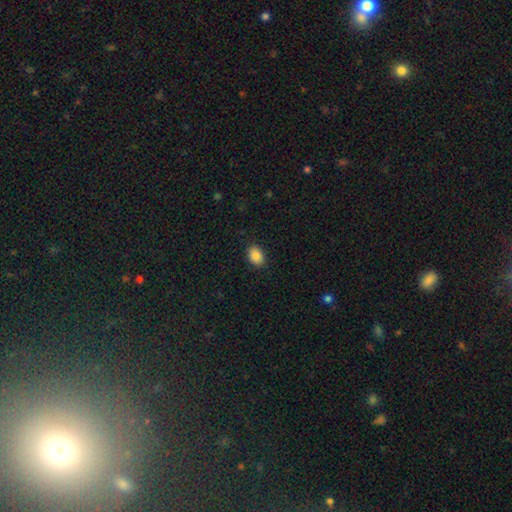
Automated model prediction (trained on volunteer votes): Smooth or featured? Predicted: smooth (p=0.87). How rounded? Predicted: in between (p=0.74). Merging? Predicted: none (p=0.89).